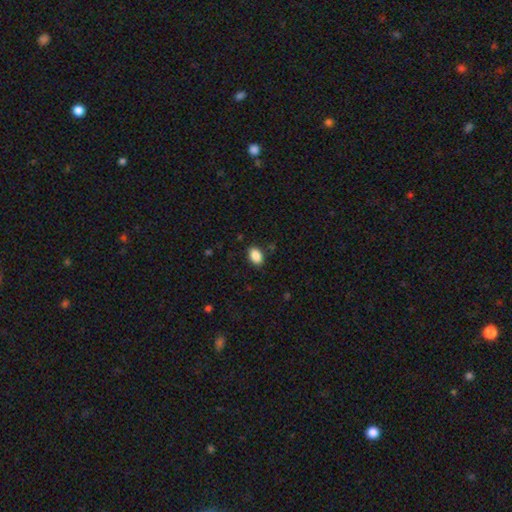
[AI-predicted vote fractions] Smooth or featured? smooth (89%)
How rounded? in between (87%)
Merging? none (87%)